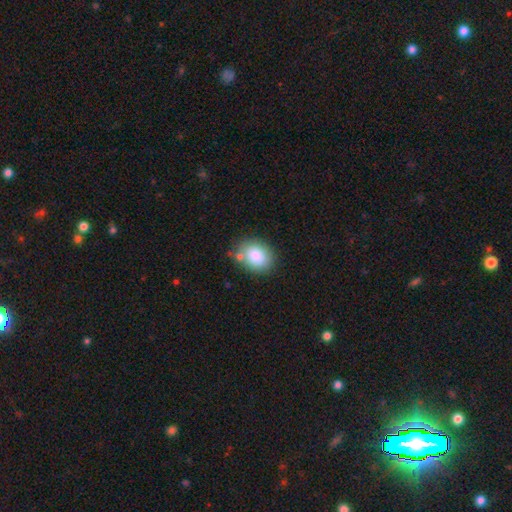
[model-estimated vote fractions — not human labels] This appears to be a smooth galaxy with no disk features (84%) that is in between round and cigar-shaped (56%). Merging: none (74%).